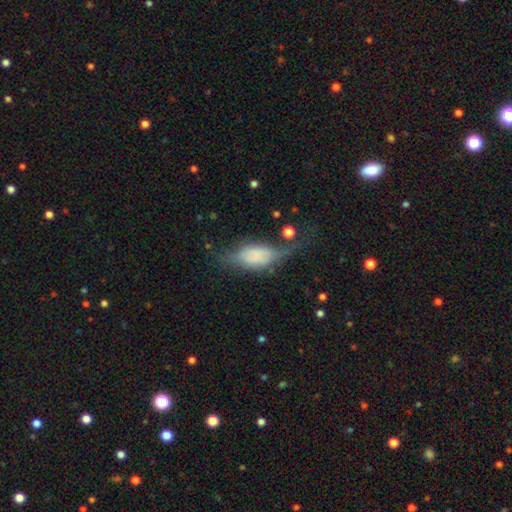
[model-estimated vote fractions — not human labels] A smooth galaxy with no disk features (51%) that is in between round and cigar-shaped (80%).

Vote fractions:
- Smooth or featured? smooth: 51% / featured or disk: 40% / star or artifact: 9%
- How rounded? in between: 80% / cigar-shaped: 15% / round: 5%
- Merging? none: 34% / major disturbance: 31% / minor disturbance: 30% / merger: 5%